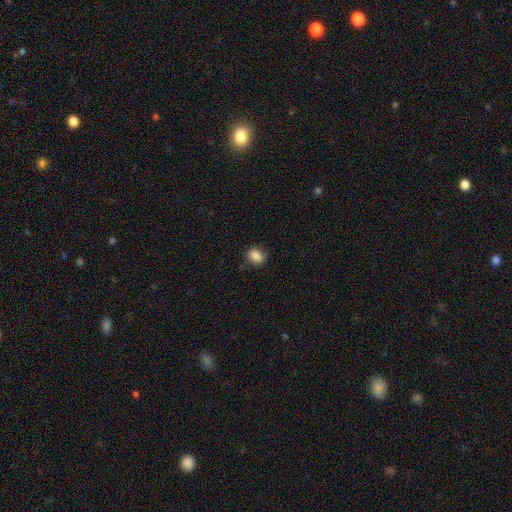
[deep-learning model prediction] Smooth or featured? smooth (86%)
How rounded? in between (57%)
Merging? none (81%)